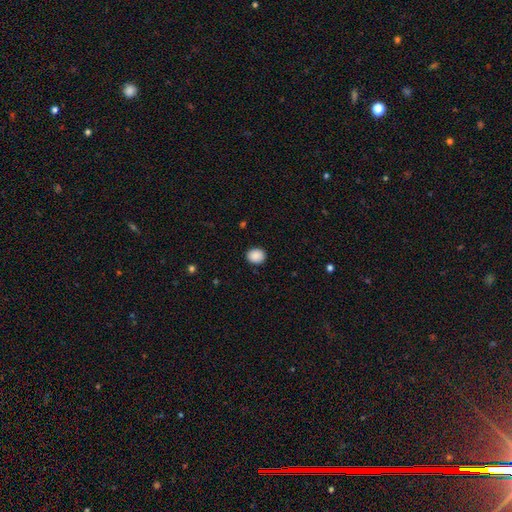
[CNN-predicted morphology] A smooth galaxy with no disk features (89%) that is round (63%). Merging: none (90%).